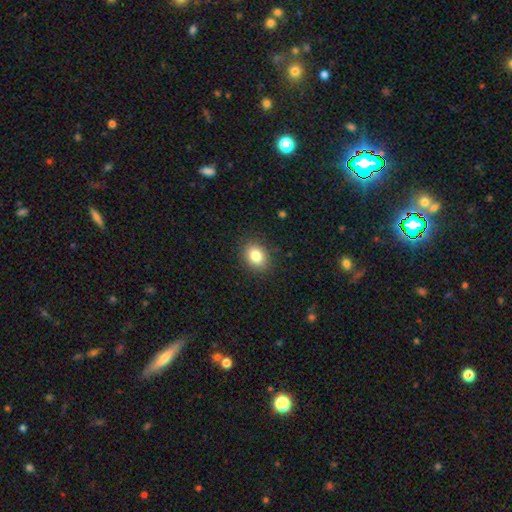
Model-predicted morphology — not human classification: Smooth or featured: smooth — 83% (star or artifact — 10%)
How rounded: in between — 58% (round — 41%)
Merging: none — 87% (minor disturbance — 9%)